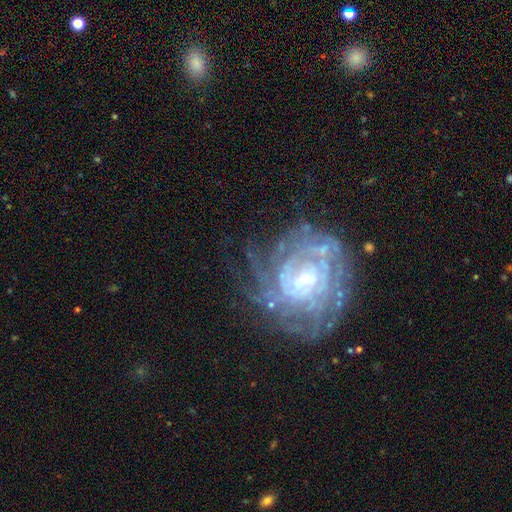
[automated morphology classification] smooth-or-featured: featured or disk: 82% | star or artifact: 10% | smooth: 8%
  disk-edge-on: no: 97% | yes: 3%
    bar: weak: 45% | no: 37% | strong: 18%
    has-spiral-arms: yes: 93% | no: 7%
      spiral-winding: tight: 76% | medium: 19% | loose: 5%
      spiral-arm-count: can't tell: 42% | 4: 14% | 2: 13% | more than 4: 13% | 3: 12% | 1: 7%
    bulge-size: small: 58% | moderate: 31% | none: 6% | large: 4% | dominant: 1%
  merging: none: 70% | minor disturbance: 18% | major disturbance: 10% | merger: 2%